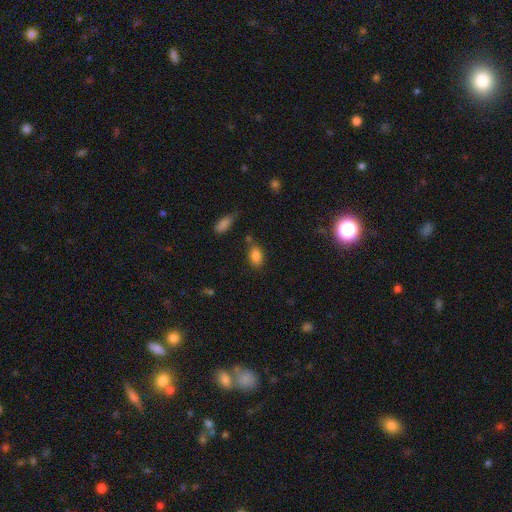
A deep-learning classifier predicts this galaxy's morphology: Smooth or featured? smooth (85%)
How rounded? in between (88%)
Merging? none (71%)